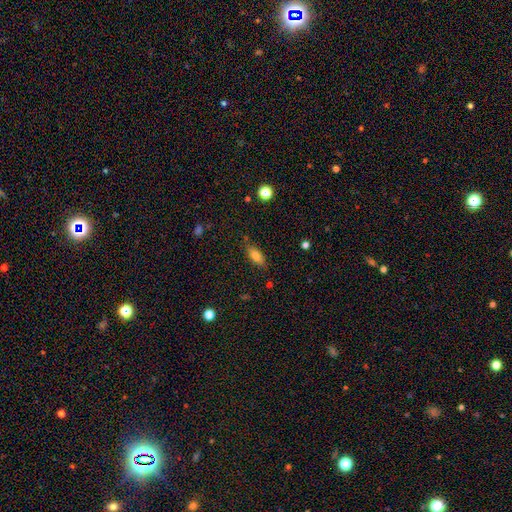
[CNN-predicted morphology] Q: Smooth or featured?
A: smooth (79%); runner-up: featured or disk (12%)
Q: How rounded?
A: in between (79%); runner-up: cigar-shaped (18%)
Q: Merging?
A: none (79%); runner-up: minor disturbance (15%)